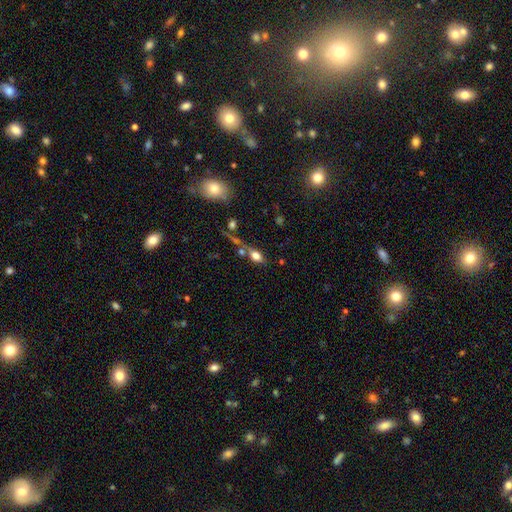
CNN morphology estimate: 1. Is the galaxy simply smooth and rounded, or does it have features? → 68% smooth, 20% featured or disk, 11% star or artifact.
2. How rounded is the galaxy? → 77% in between, 12% cigar-shaped, 12% round.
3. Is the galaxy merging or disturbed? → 49% none, 26% merger, 15% minor disturbance, 9% major disturbance.